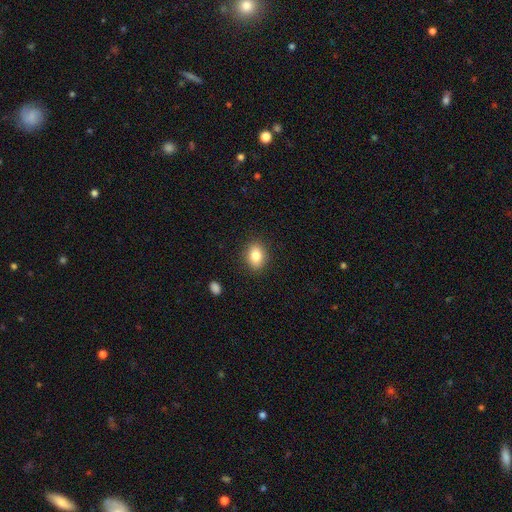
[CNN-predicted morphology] smooth-or-featured: smooth: 83% | star or artifact: 9% | featured or disk: 9%
  how-rounded: in between: 68% | round: 31% | cigar-shaped: 1%
  merging: none: 88% | minor disturbance: 8% | major disturbance: 2% | merger: 1%